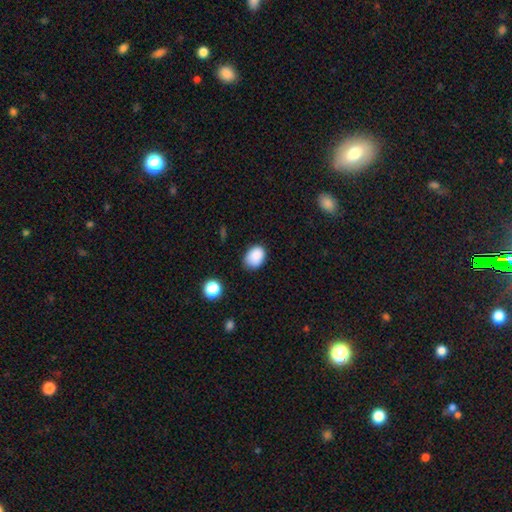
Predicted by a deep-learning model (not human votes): The model was most divided on "how rounded": in between: 67%, round: 32%, cigar-shaped: 1%. More confident: smooth or featured — smooth (87%); merging — none (75%).